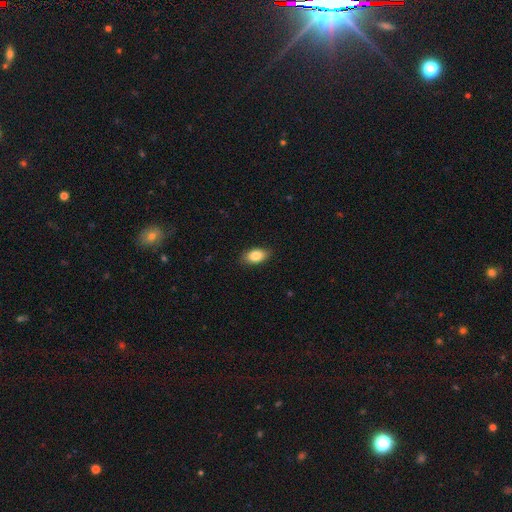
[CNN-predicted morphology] smooth_or_featured: smooth (p=0.84) [alt: featured or disk p=0.08]
how_rounded: in between (p=0.91) [alt: round p=0.06]
merging: none (p=0.85) [alt: minor disturbance p=0.12]